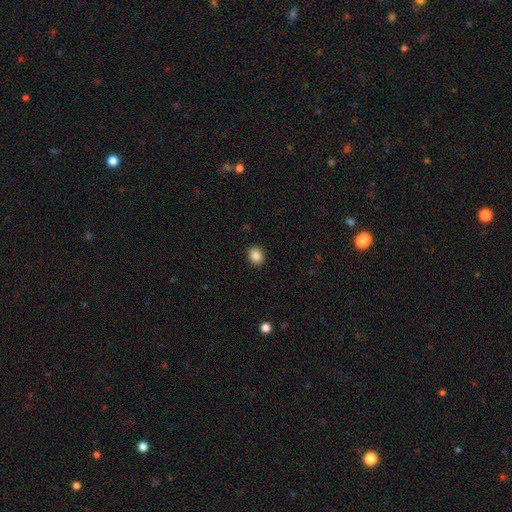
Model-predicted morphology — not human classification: type=smooth (86%); roundness=round (59%); merging=none (91%).